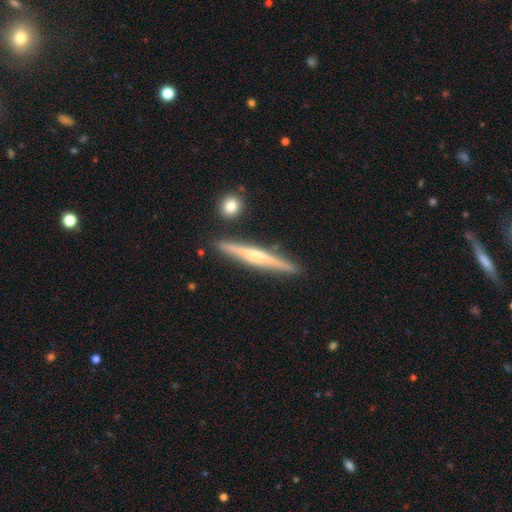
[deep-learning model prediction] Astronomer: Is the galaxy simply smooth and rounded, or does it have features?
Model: featured or disk — 64%.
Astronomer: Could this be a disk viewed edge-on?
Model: yes — 97%.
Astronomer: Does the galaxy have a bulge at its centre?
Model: none — 44% (runner-up: rounded, 42%).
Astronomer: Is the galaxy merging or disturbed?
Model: none — 87%.